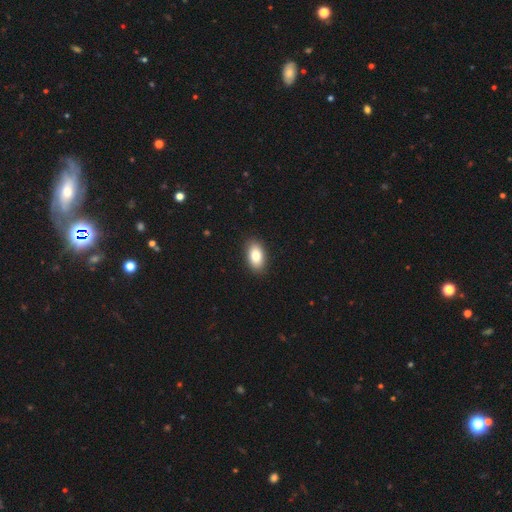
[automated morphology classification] type=smooth (83%); roundness=in between (92%); merging=none (90%).